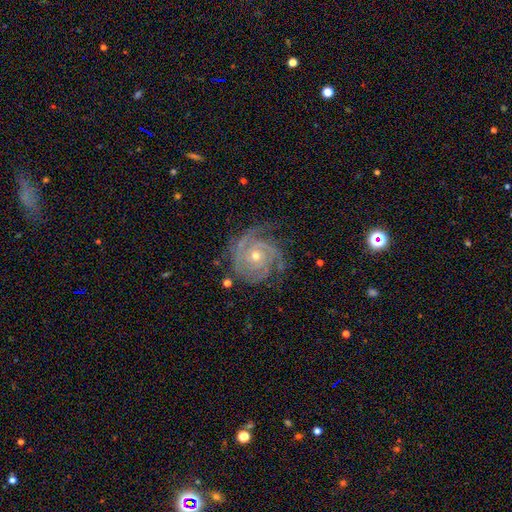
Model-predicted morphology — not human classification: This is clearly a featured or disk galaxy (91%). It is clearly not viewed edge-on (98%). Bar: likely no (79%). Spiral arm pattern: clearly yes (98%). Spiral arm count: marginally 3 (38%). Spiral winding: likely tight (75%). Central bulge: possibly small (54%). Merging: likely none (70%).